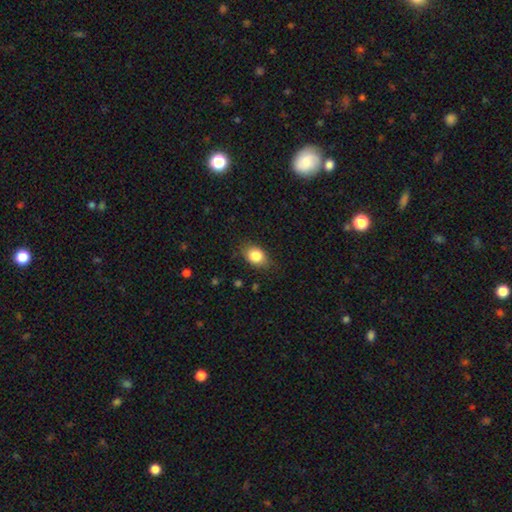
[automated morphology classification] type=smooth (83%); roundness=in between (70%); merging=none (80%).